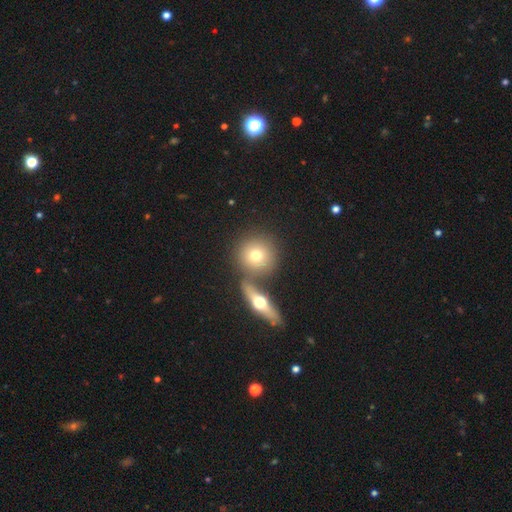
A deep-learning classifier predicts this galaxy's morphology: A smooth galaxy with no disk features (68%) that is round (90%).

Vote fractions:
- Smooth or featured? smooth: 68% / featured or disk: 23% / star or artifact: 9%
- How rounded? round: 90% / in between: 9% / cigar-shaped: 2%
- Merging? none: 63% / merger: 25% / minor disturbance: 8% / major disturbance: 3%